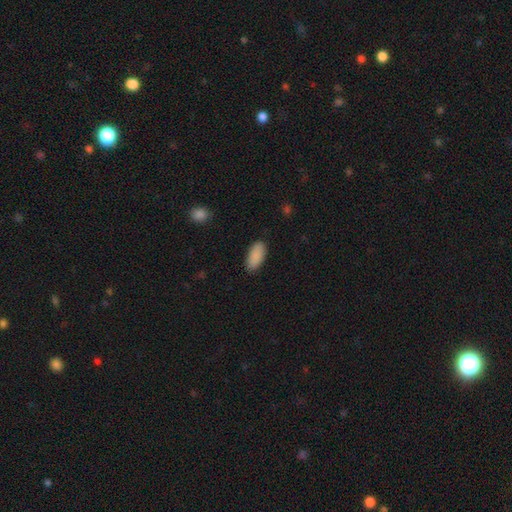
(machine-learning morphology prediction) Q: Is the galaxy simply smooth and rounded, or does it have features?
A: smooth — 90%.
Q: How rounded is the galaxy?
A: in between — 91%.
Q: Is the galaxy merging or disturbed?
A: none — 87%.